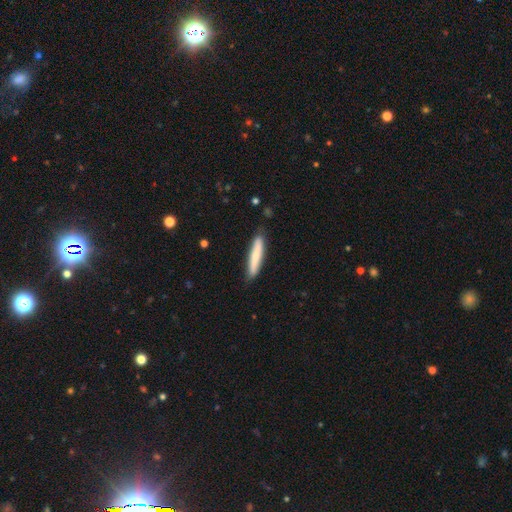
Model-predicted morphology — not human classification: A smooth galaxy with no disk features (71%) that is cigar-shaped (90%).

Vote fractions:
- Smooth or featured? smooth: 71% / featured or disk: 24% / star or artifact: 5%
- How rounded? cigar-shaped: 90% / in between: 8% / round: 1%
- Merging? none: 85% / minor disturbance: 12% / major disturbance: 2% / merger: 1%